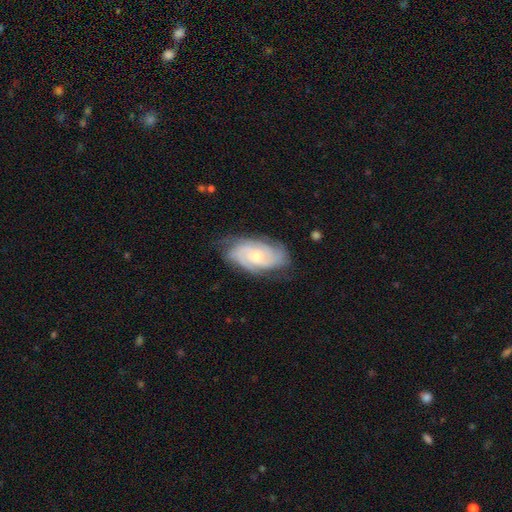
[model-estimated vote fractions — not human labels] Q: Smooth or featured?
A: featured or disk (82%); runner-up: smooth (13%)
Q: Edge-on disk?
A: no (96%); runner-up: yes (4%)
Q: Bar?
A: no (71%); runner-up: weak (25%)
Q: Spiral arms?
A: yes (96%); runner-up: no (4%)
Q: Spiral winding?
A: tight (65%); runner-up: medium (29%)
Q: Spiral arm count?
A: 3 (27%); runner-up: can't tell (26%)
Q: Bulge size?
A: small (65%); runner-up: moderate (31%)
Q: Merging?
A: none (74%); runner-up: minor disturbance (20%)